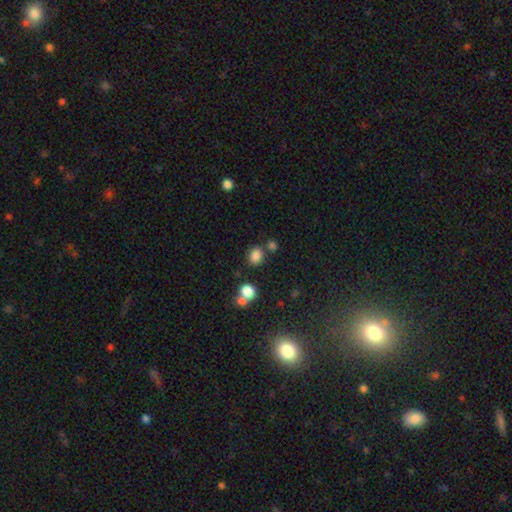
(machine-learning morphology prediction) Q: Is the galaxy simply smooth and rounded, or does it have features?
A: smooth — 82%.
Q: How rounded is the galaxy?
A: round — 53%.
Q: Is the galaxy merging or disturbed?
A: none — 71%.